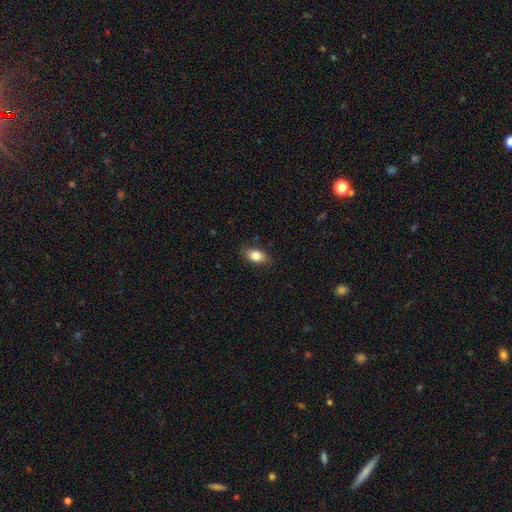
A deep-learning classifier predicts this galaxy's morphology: A smooth galaxy with no disk features (81%) that is in between round and cigar-shaped (87%).

Vote fractions:
- Smooth or featured? smooth: 81% / featured or disk: 12% / star or artifact: 8%
- How rounded? in between: 87% / round: 10% / cigar-shaped: 3%
- Merging? none: 83% / minor disturbance: 13% / major disturbance: 2% / merger: 1%